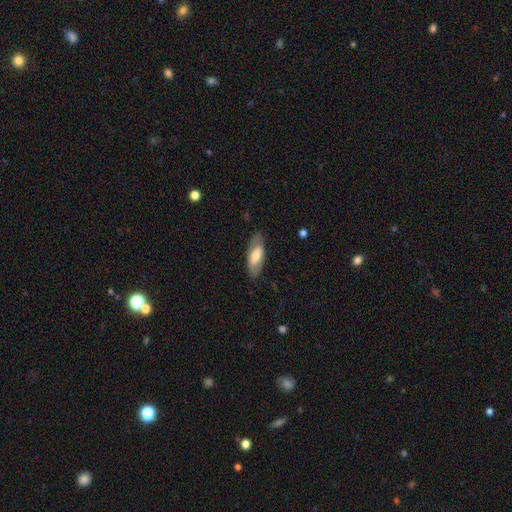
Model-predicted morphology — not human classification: smooth 51%, featured or disk 43%, star or artifact 6%. Down the decision tree: how rounded — in between (79%); merging — none (80%).